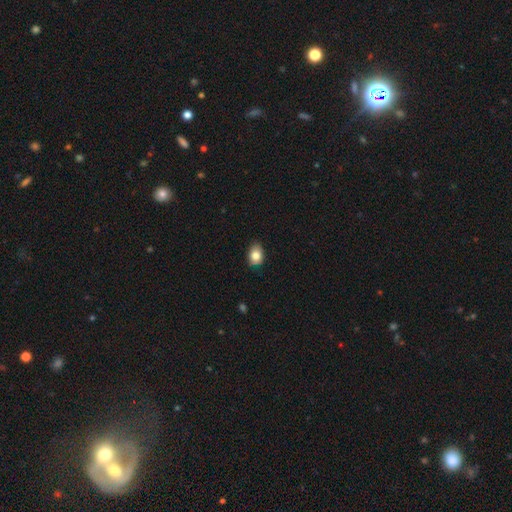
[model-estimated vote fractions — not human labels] The model was most divided on "how rounded": in between: 72%, round: 27%, cigar-shaped: 1%. More confident: smooth or featured — smooth (83%); merging — none (77%).